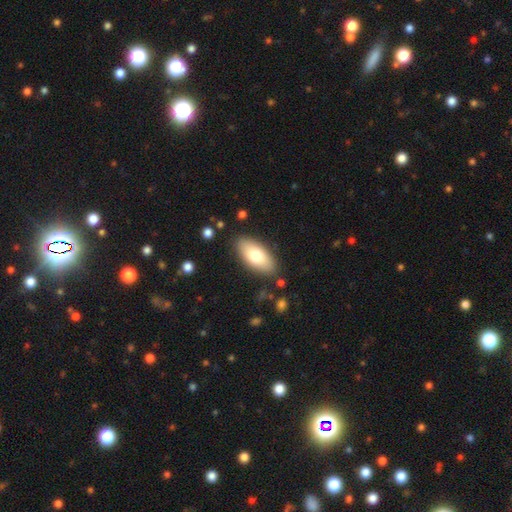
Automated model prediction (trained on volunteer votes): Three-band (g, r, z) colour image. It shows a smooth galaxy with no disk features (74%) that is in between round and cigar-shaped (89%). Merging: none (86%).